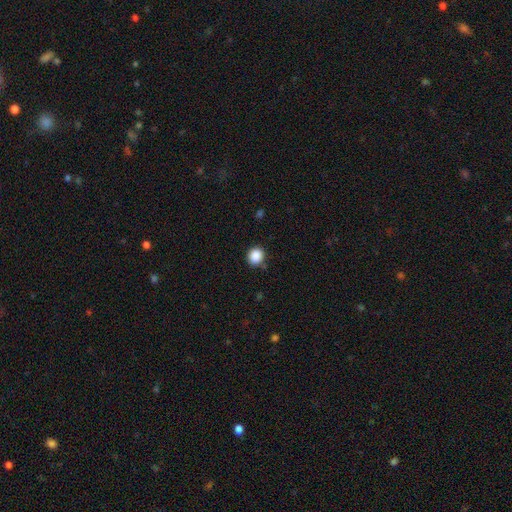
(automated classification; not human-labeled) This is clearly a smooth galaxy (88%). How rounded: clearly round (87%). Merging: clearly none (87%).